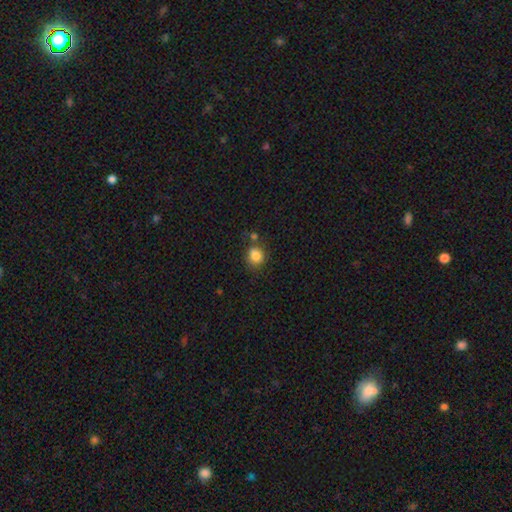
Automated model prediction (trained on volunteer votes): A smooth galaxy with no disk features (85%) that is round (75%). Merging: none (64%).